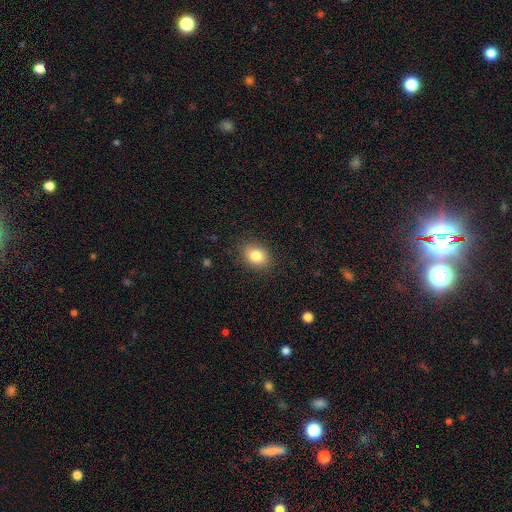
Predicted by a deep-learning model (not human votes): A smooth galaxy with no disk features (83%) that is in between round and cigar-shaped (69%). Merging: none (85%).